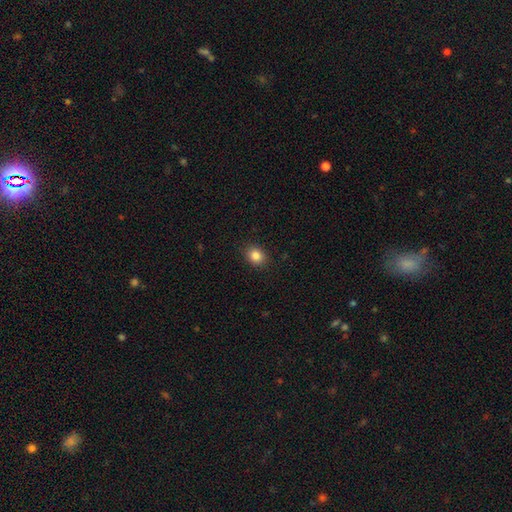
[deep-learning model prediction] A smooth galaxy with no disk features (85%) that is round (54%). Merging: none (89%).